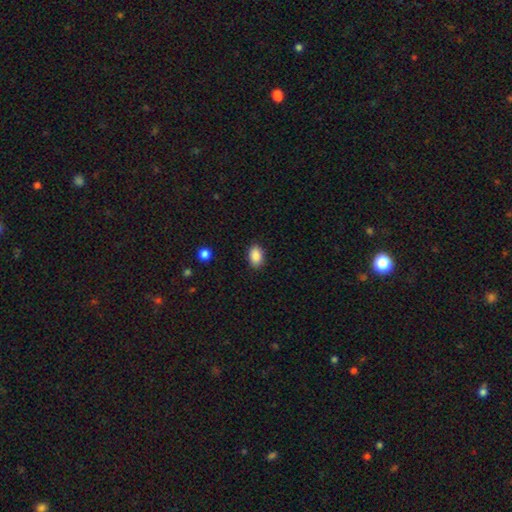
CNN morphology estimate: The model was most divided on "how rounded": in between: 85%, round: 13%, cigar-shaped: 1%. More confident: smooth or featured — smooth (88%); merging — none (88%).